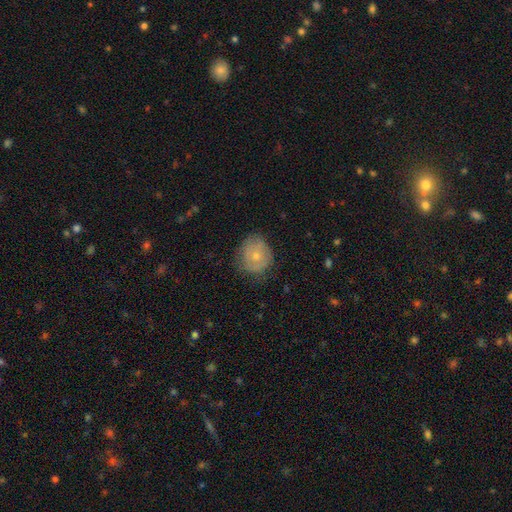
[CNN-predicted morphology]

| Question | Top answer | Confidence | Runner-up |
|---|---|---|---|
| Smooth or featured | smooth | 54% | featured or disk (38%) |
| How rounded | round | 81% | in between (18%) |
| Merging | none | 70% | minor disturbance (22%) |